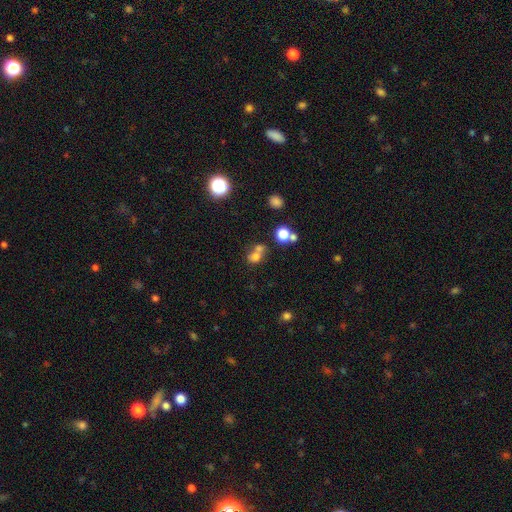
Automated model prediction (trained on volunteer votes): Morphology: type=smooth (68%); roundness=round (63%); merging=merger (52%).